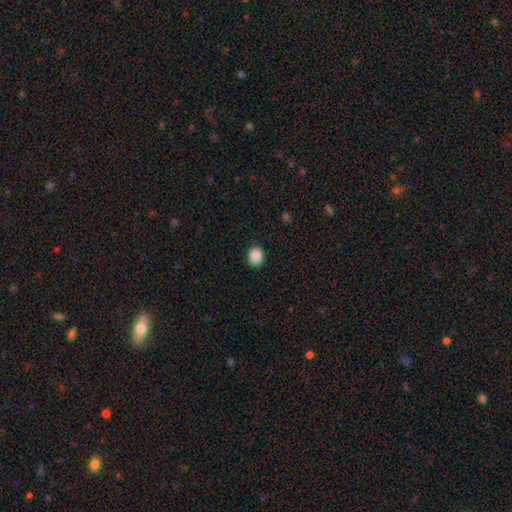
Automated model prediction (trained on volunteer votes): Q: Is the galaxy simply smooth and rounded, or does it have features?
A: smooth — 89%.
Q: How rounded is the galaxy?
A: round — 65%.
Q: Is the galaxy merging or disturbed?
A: none — 90%.